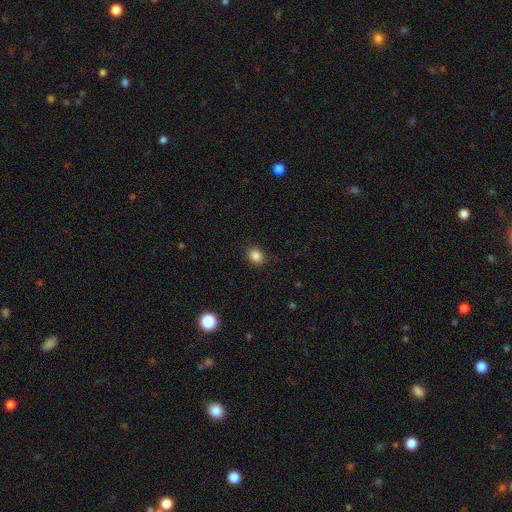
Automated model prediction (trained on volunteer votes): Smooth or featured?
  - smooth: 86% *
  - star or artifact: 10%
  - featured or disk: 3%
How rounded?
  - round: 60% *
  - in between: 39%
  - cigar-shaped: 1%
Merging?
  - none: 90% *
  - minor disturbance: 7%
  - major disturbance: 2%
  - merger: 1%